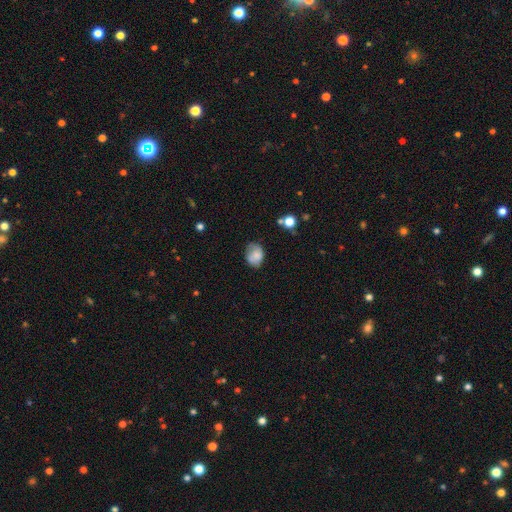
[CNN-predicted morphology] This is likely a smooth galaxy (76%). How rounded: likely in between (67%). Merging: possibly none (58%).